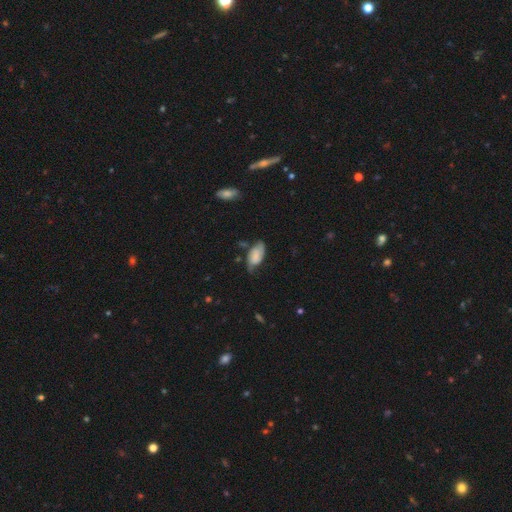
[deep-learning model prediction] Smooth or featured? smooth (51%)
How rounded? in between (91%)
Merging? none (48%)